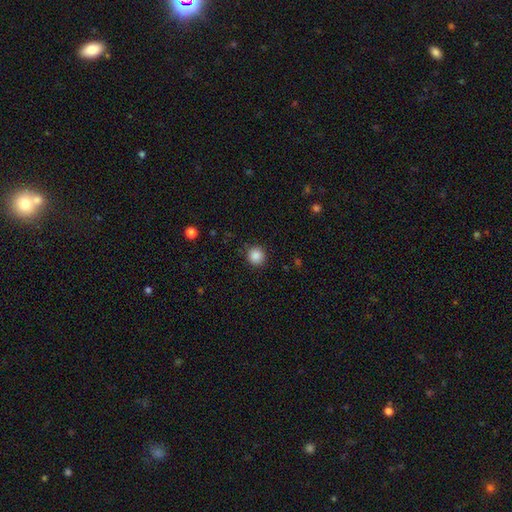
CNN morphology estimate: A smooth galaxy with no disk features (87%) that is round (93%).

Vote fractions:
- Smooth or featured? smooth: 87% / star or artifact: 10% / featured or disk: 3%
- How rounded? round: 93% / in between: 6% / cigar-shaped: 1%
- Merging? none: 89% / minor disturbance: 7% / major disturbance: 2% / merger: 1%